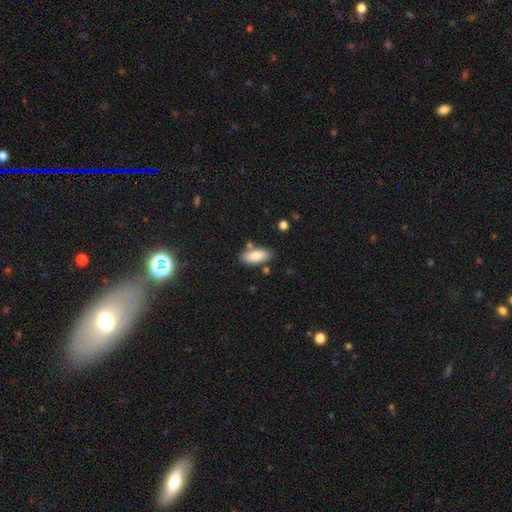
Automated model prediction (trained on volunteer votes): smooth_or_featured: smooth (p=0.82) [alt: featured or disk p=0.11]
how_rounded: in between (p=0.88) [alt: cigar-shaped p=0.10]
merging: none (p=0.77) [alt: minor disturbance p=0.12]